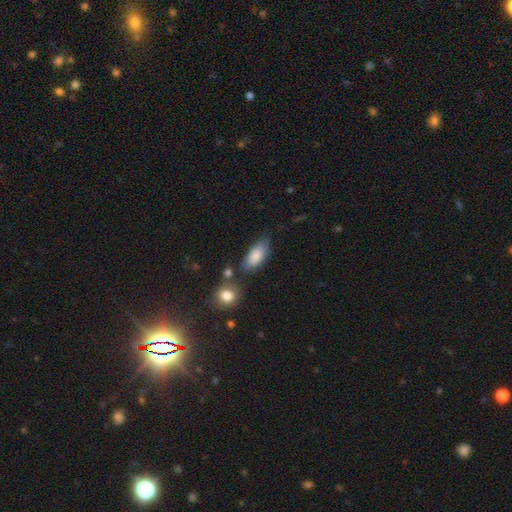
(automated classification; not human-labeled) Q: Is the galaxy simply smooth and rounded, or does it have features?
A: smooth — 83%.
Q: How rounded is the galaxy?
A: in between — 89%.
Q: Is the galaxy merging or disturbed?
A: none — 60%.